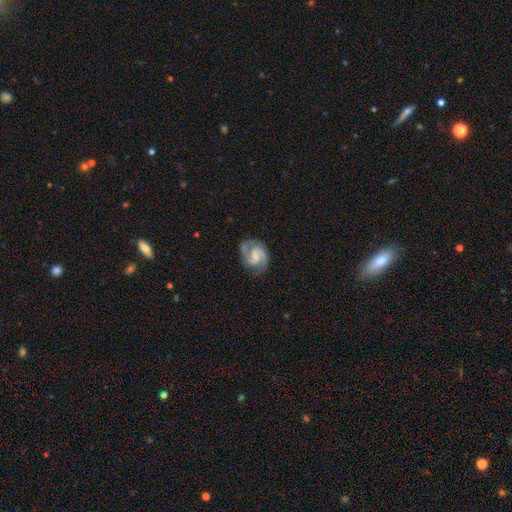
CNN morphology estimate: Smooth or featured? featured or disk (89%)
Edge-on disk? no (98%)
Bar? weak (54%)
Spiral arms? yes (98%)
Spiral winding? medium (58%)
Spiral arm count? 2 (92%)
Bulge size? small (41%)
Merging? none (79%)